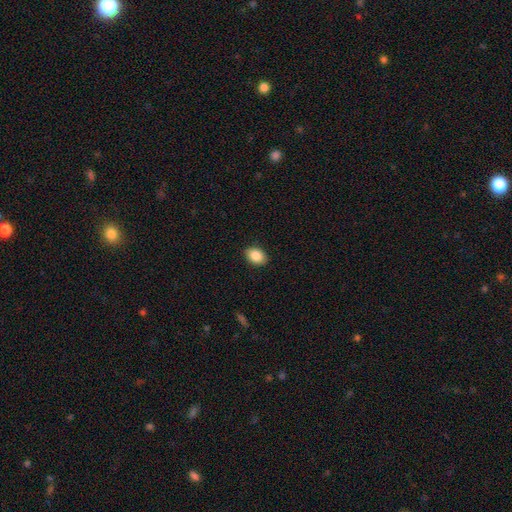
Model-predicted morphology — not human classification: Smooth or featured: smooth — 87% (star or artifact — 8%)
How rounded: in between — 76% (round — 23%)
Merging: none — 90% (minor disturbance — 7%)